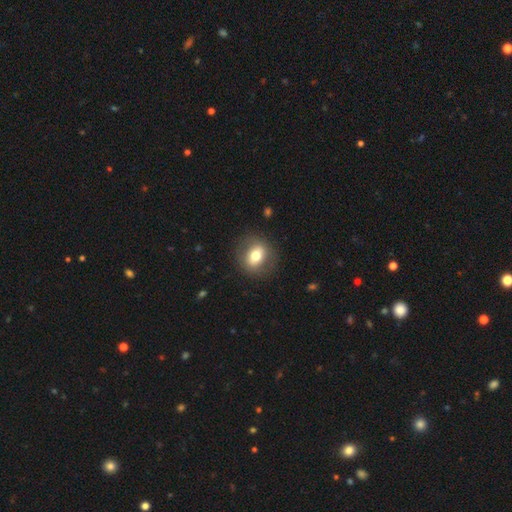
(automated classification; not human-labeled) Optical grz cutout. It shows a smooth galaxy with no disk features (64%) that is round (60%). Merging: none (84%).